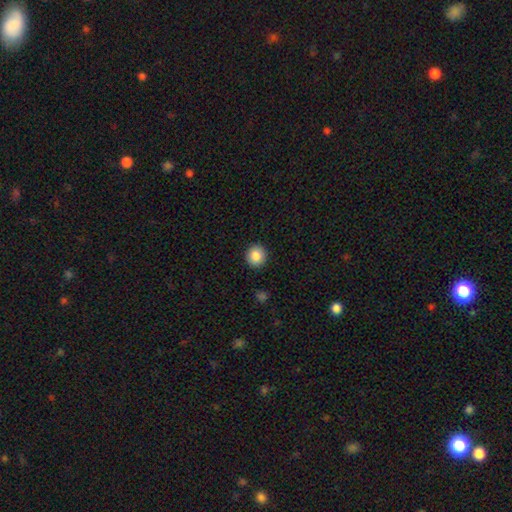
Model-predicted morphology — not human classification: The model was most divided on "smooth or featured": smooth: 87%, star or artifact: 9%, featured or disk: 5%. More confident: how rounded — round (93%); merging — none (92%).